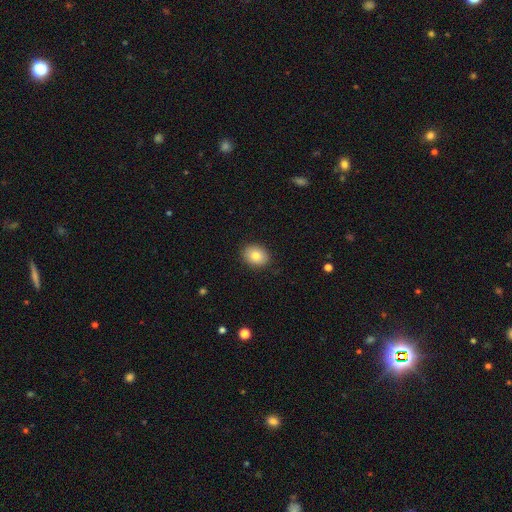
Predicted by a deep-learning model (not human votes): A smooth galaxy with no disk features (83%) that is in between round and cigar-shaped (59%). Merging: none (90%).